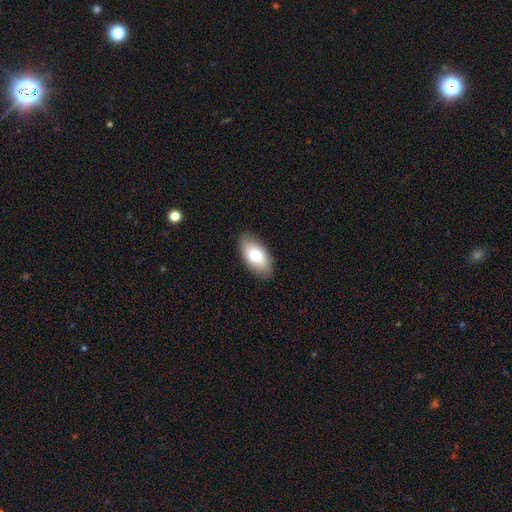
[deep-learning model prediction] The model was most divided on "smooth or featured": smooth: 71%, featured or disk: 22%, star or artifact: 6%. More confident: how rounded — in between (94%); merging — none (86%).